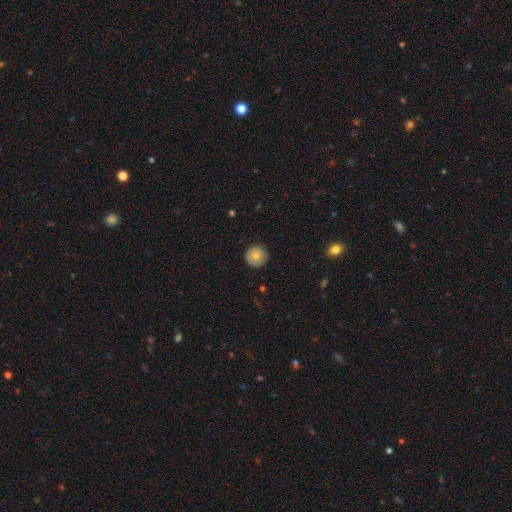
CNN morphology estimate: Smooth or featured? smooth (76%)
How rounded? round (95%)
Merging? none (87%)